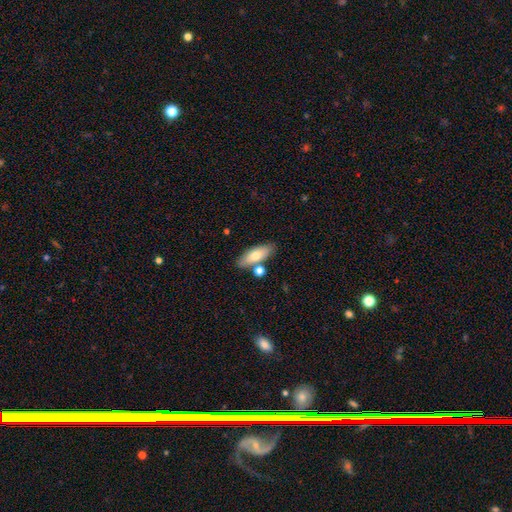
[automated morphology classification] This appears to be a smooth galaxy with no disk features (72%) that is in between round and cigar-shaped (71%). Merging: none (74%).